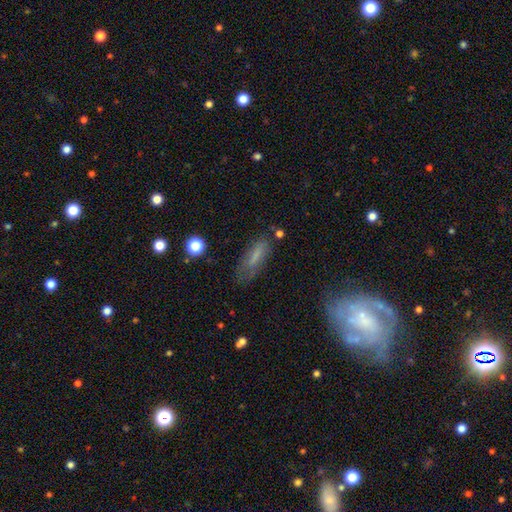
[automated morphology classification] This appears to be a smooth galaxy with no disk features (63%) that is cigar-shaped (51%). Merging: none (64%).